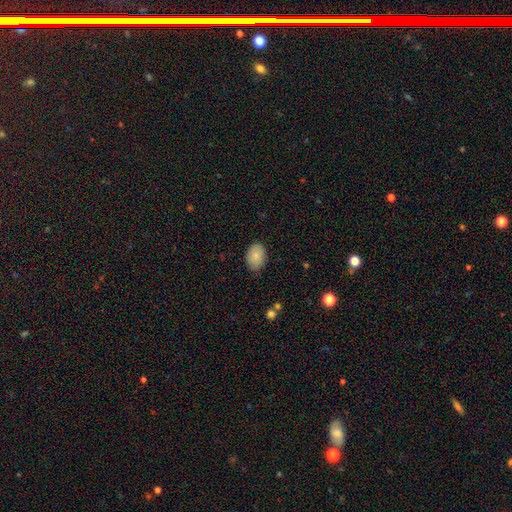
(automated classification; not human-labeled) Morphology: type=smooth (85%); roundness=in between (83%); merging=none (78%).